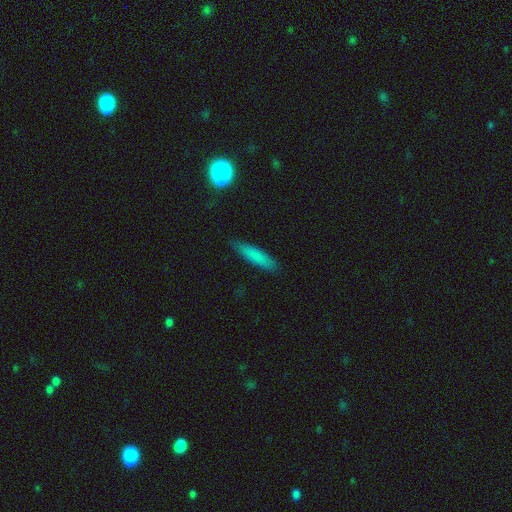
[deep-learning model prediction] Overall: smooth (79%). How rounded: cigar-shaped (83%). Merging: none (85%).